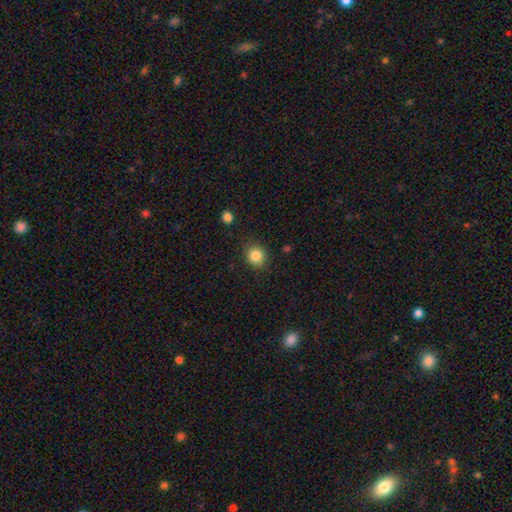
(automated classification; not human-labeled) smooth-or-featured: smooth: 84% | star or artifact: 11% | featured or disk: 6%
  how-rounded: round: 82% | in between: 17% | cigar-shaped: 1%
  merging: none: 88% | minor disturbance: 8% | major disturbance: 2% | merger: 1%